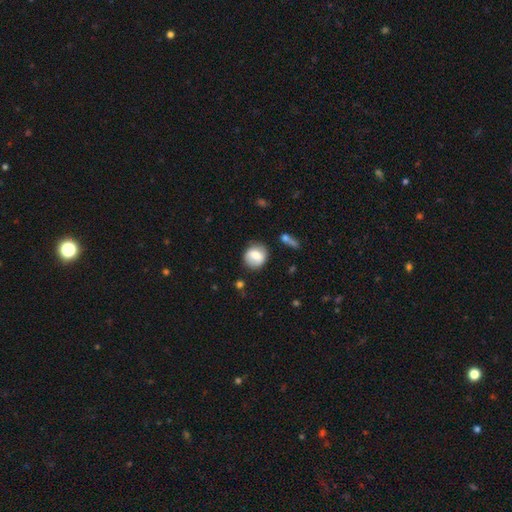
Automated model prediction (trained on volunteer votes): smooth 71%, featured or disk 22%, star or artifact 7%. Down the decision tree: how rounded — round (77%); merging — none (75%).